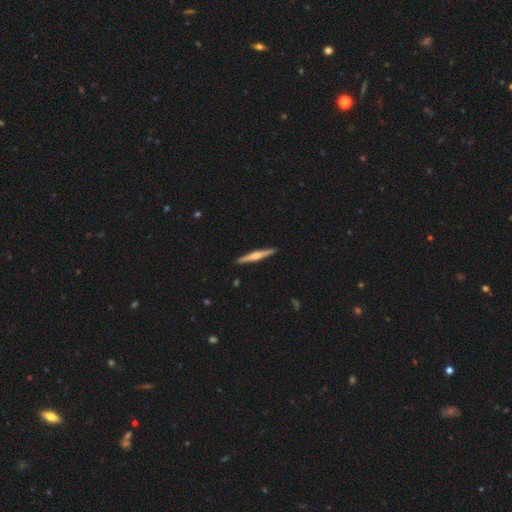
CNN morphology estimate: This is likely a featured or disk galaxy (63%). It is clearly viewed edge-on (98%). Edge-on bulge: likely rounded (76%). Merging: clearly none (92%).